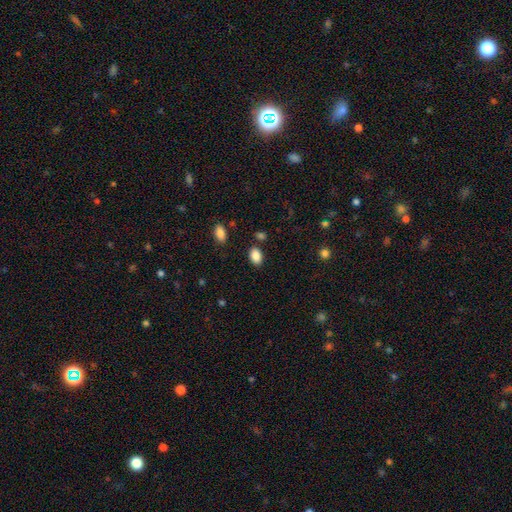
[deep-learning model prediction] A smooth galaxy with no disk features (88%) that is in between round and cigar-shaped (87%).

Vote fractions:
- Smooth or featured? smooth: 88% / star or artifact: 8% / featured or disk: 4%
- How rounded? in between: 87% / round: 12% / cigar-shaped: 1%
- Merging? none: 83% / minor disturbance: 10% / merger: 4% / major disturbance: 3%